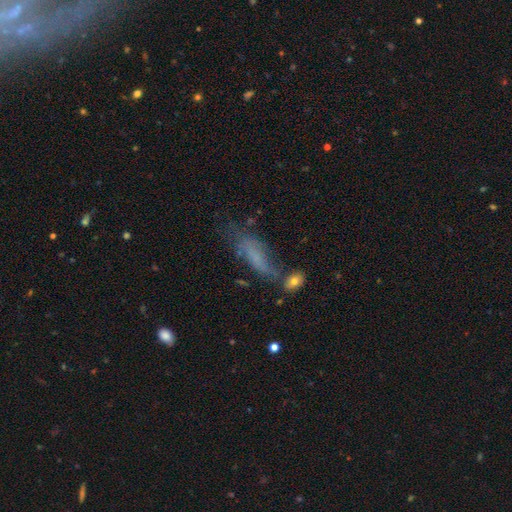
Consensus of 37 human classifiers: This is possibly a featured or disk galaxy (49%). It is likely not viewed edge-on (61%). Bar: clearly no (91%). Spiral arm pattern: clearly no (82%). Central bulge: clearly none (91%). Merging: marginally major disturbance (37%).